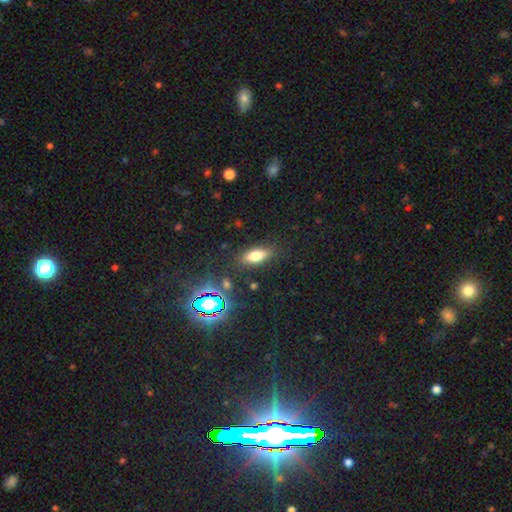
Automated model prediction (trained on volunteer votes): This is likely a smooth galaxy (68%). How rounded: likely in between (73%). Merging: clearly none (84%).